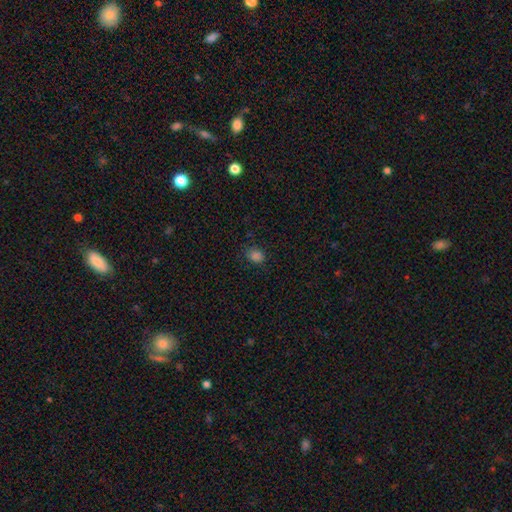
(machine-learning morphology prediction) A smooth galaxy with no disk features (81%) that is round (56%). Merging: none (84%).